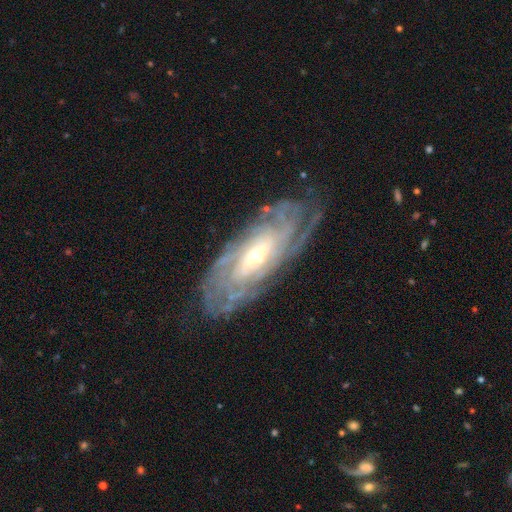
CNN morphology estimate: smooth_or_featured: featured or disk (p=0.86) [alt: smooth p=0.08]
disk_edge_on: no (p=0.88) [alt: yes p=0.12]
bar: no (p=0.47) [alt: weak p=0.36]
has_spiral_arms: yes (p=0.95) [alt: no p=0.05]
spiral_winding: tight (p=0.78) [alt: medium p=0.18]
spiral_arm_count: can't tell (p=0.47) [alt: 4 p=0.15]
bulge_size: moderate (p=0.48) [alt: small p=0.47]
merging: none (p=0.78) [alt: minor disturbance p=0.16]